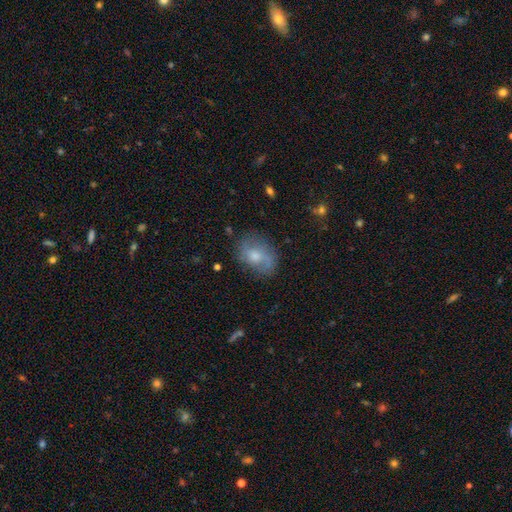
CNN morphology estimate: A featured or disk galaxy (51%).

Vote fractions:
- Smooth or featured? featured or disk: 51% / smooth: 40% / star or artifact: 9%
- Edge-on disk? no: 96% / yes: 4%
- Merging? none: 68% / minor disturbance: 21% / major disturbance: 9% / merger: 2%